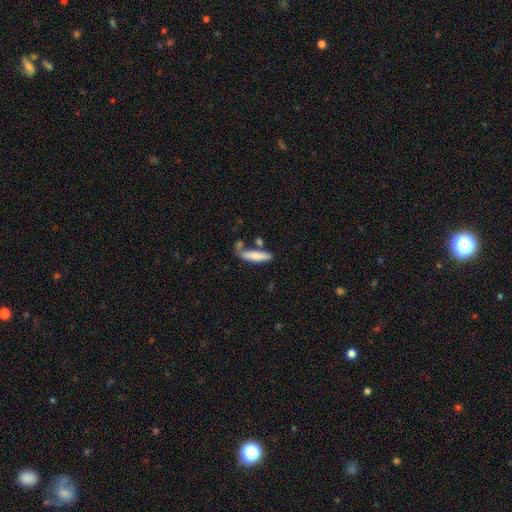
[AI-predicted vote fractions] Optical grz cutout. It shows a smooth galaxy with no disk features (79%) that is cigar-shaped (69%). Merging: none (59%).